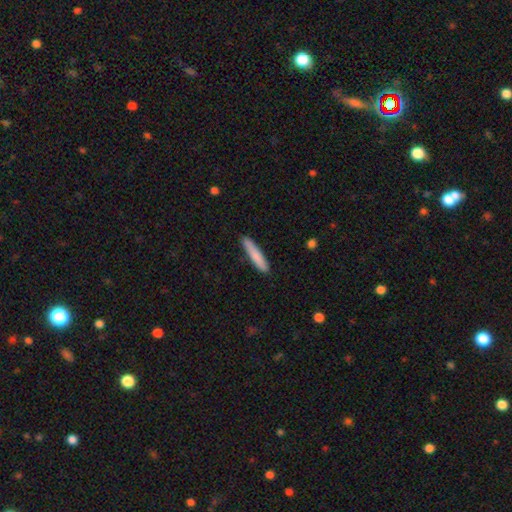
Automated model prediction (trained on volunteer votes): Smooth or featured? Predicted: smooth (p=0.80). How rounded? Predicted: cigar-shaped (p=0.91). Merging? Predicted: none (p=0.84).